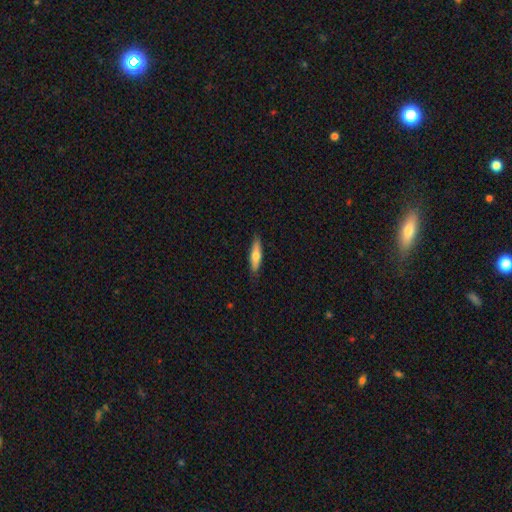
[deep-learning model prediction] smooth_or_featured: smooth (p=0.66) [alt: featured or disk p=0.29]
how_rounded: cigar-shaped (p=0.71) [alt: in between p=0.27]
merging: none (p=0.86) [alt: minor disturbance p=0.11]